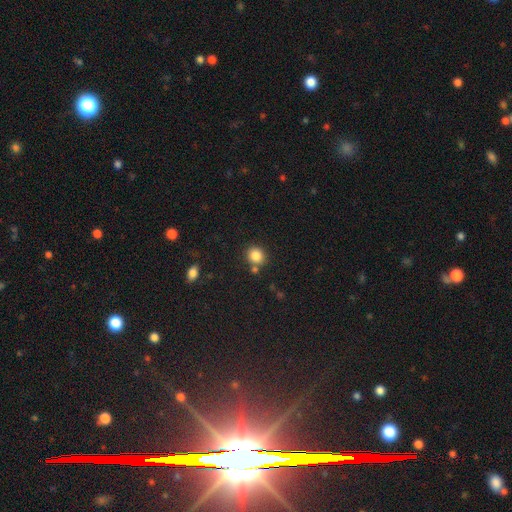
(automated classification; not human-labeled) Smooth or featured: smooth — 84% (star or artifact — 11%)
How rounded: round — 79% (in between — 20%)
Merging: none — 76% (merger — 11%)